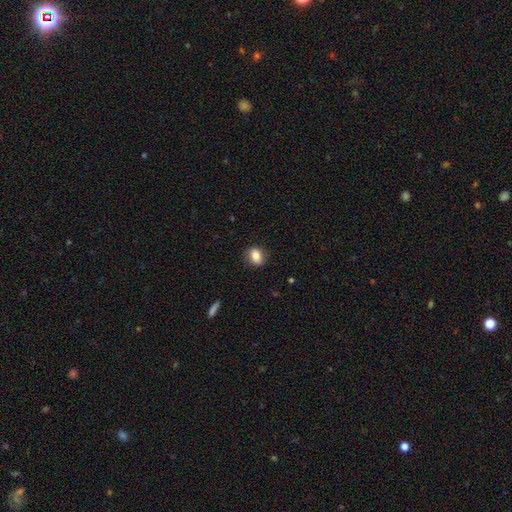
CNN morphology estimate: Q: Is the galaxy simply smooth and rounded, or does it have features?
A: smooth — 81%.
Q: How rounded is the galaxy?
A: in between — 54%.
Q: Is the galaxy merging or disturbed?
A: none — 86%.